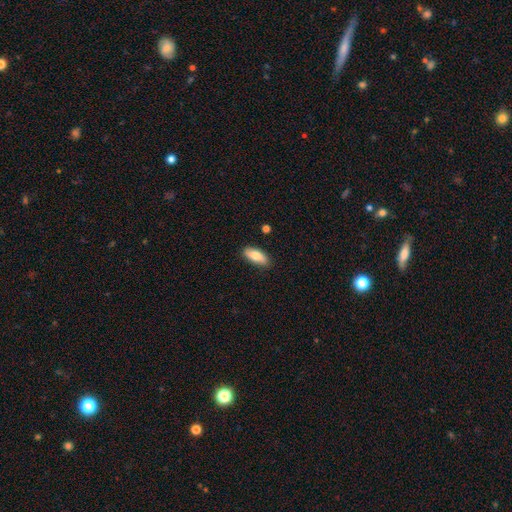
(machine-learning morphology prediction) Smooth or featured: smooth — 80% (featured or disk — 14%)
How rounded: in between — 80% (cigar-shaped — 17%)
Merging: none — 85% (minor disturbance — 11%)